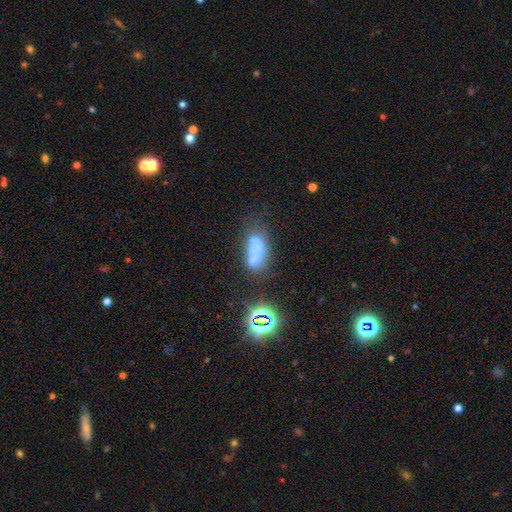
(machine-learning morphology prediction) Overall: smooth (39%; featured or disk 36%). Merging: merger (50%; none 29%).